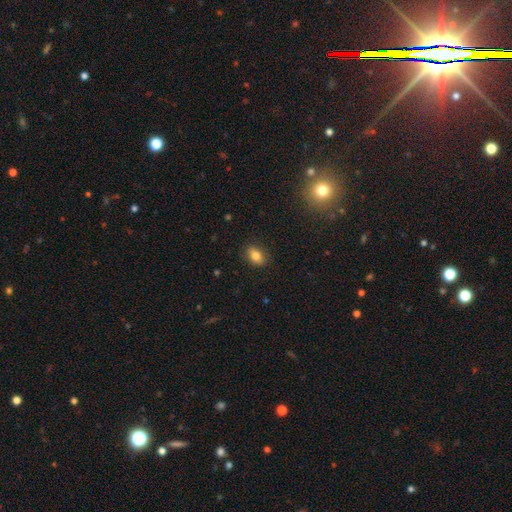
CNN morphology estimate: smooth-or-featured: smooth: 81% | star or artifact: 9% | featured or disk: 9%
  how-rounded: in between: 83% | round: 15% | cigar-shaped: 3%
  merging: none: 86% | minor disturbance: 10% | major disturbance: 2% | merger: 1%